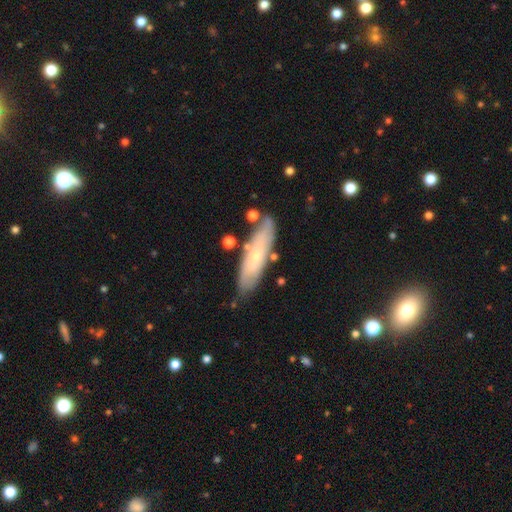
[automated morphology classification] This appears to be a smooth galaxy with no disk features (54%) that is cigar-shaped (67%). Merging: none (77%).